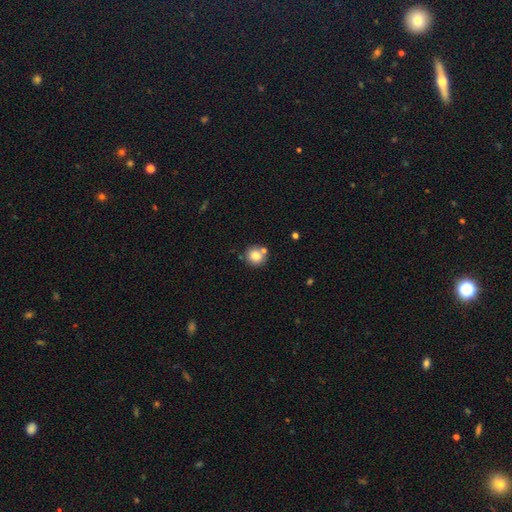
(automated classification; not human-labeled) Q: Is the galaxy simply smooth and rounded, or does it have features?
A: smooth — 82%.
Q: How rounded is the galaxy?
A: round — 88%.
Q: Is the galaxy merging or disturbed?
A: none — 70%.